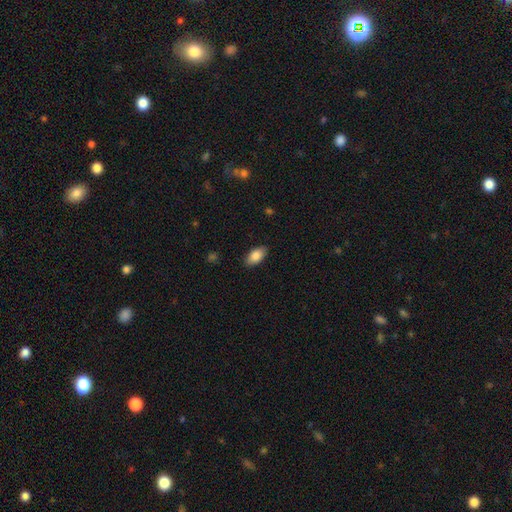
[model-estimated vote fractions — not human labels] Overall: smooth (86%). How rounded: in between (93%). Merging: none (87%).